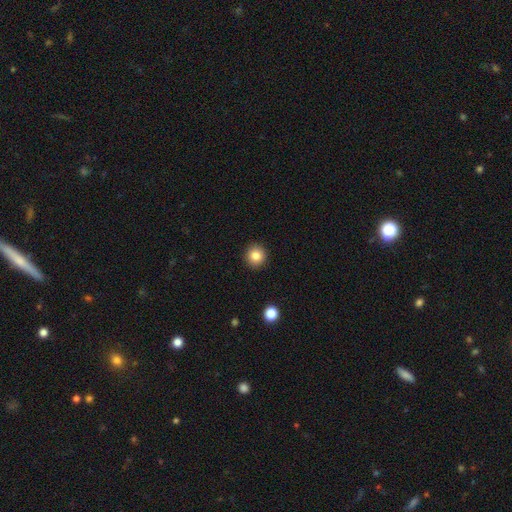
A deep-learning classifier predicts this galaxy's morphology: The model was most divided on "smooth or featured": smooth: 83%, star or artifact: 11%, featured or disk: 6%. More confident: how rounded — round (94%); merging — none (92%).